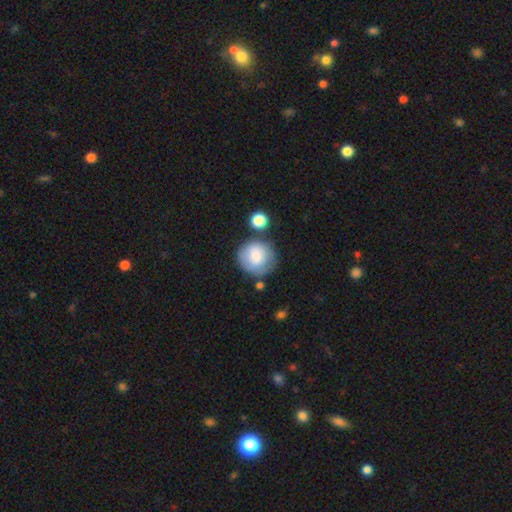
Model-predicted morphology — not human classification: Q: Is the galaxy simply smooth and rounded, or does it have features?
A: smooth — 79%.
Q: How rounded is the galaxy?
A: round — 90%.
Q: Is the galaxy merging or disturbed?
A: none — 61%.